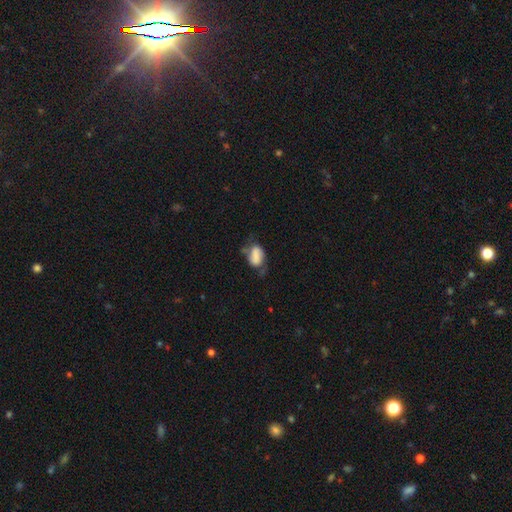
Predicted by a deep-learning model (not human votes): smooth 67%, featured or disk 24%, star or artifact 9%. Down the decision tree: how rounded — in between (85%); merging — none (36%).